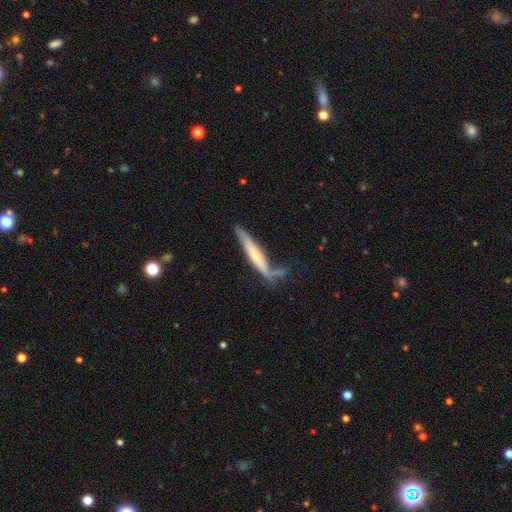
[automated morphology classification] Smooth or featured? Predicted: smooth (p=0.49). Merging? Predicted: none (p=0.51).